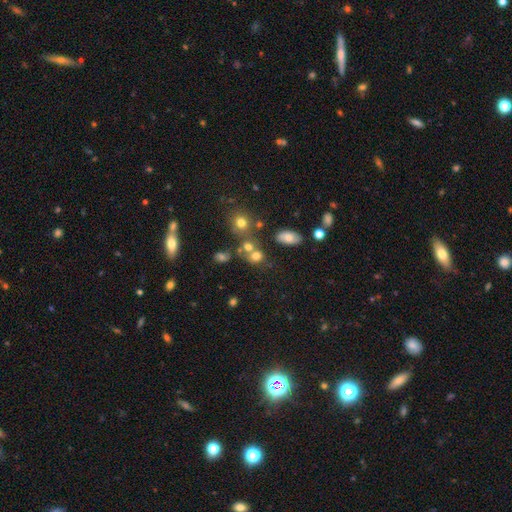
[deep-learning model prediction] smooth_or_featured: smooth (p=0.69) [alt: star or artifact p=0.18]
how_rounded: round (p=0.60) [alt: in between p=0.38]
merging: none (p=0.48) [alt: merger p=0.31]